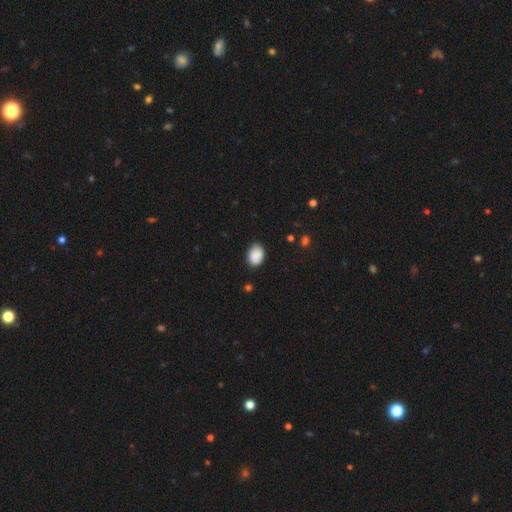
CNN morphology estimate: Q: Smooth or featured?
A: smooth (90%); runner-up: star or artifact (7%)
Q: How rounded?
A: in between (79%); runner-up: round (20%)
Q: Merging?
A: none (81%); runner-up: minor disturbance (15%)